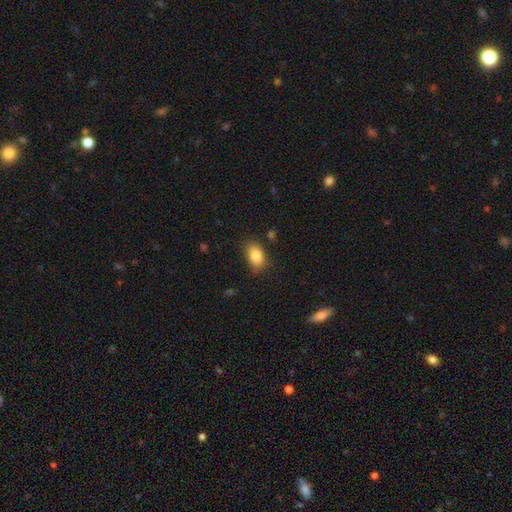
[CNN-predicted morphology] Smooth or featured?
  - smooth: 86% *
  - star or artifact: 8%
  - featured or disk: 6%
How rounded?
  - in between: 88% *
  - round: 10%
  - cigar-shaped: 2%
Merging?
  - none: 77% *
  - minor disturbance: 17%
  - major disturbance: 4%
  - merger: 2%